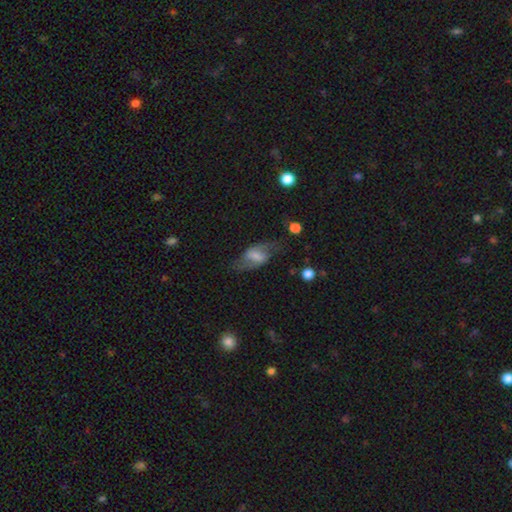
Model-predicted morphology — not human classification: A featured or disk galaxy (60%) with a weak bar (45%), spiral arms (81%) and a small central bulge (33%). Merging: none (66%).